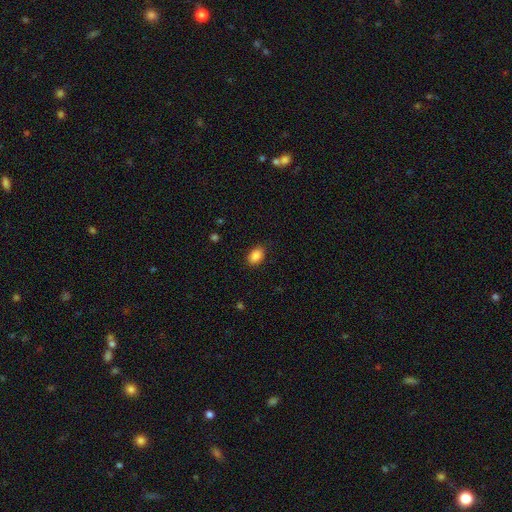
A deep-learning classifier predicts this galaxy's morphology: type=smooth (88%); roundness=in between (84%); merging=none (86%).